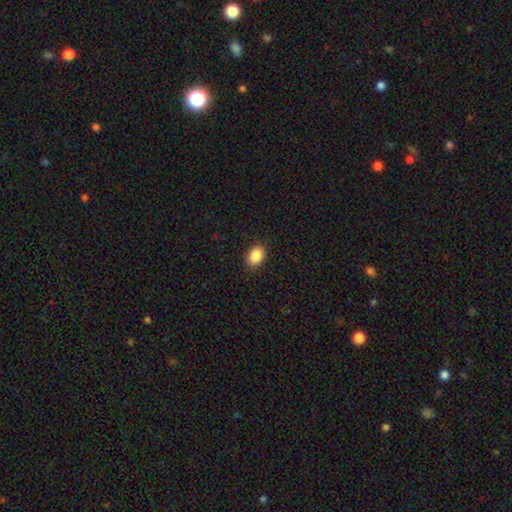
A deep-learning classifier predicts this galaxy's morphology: type=smooth (87%); roundness=in between (75%); merging=none (89%).